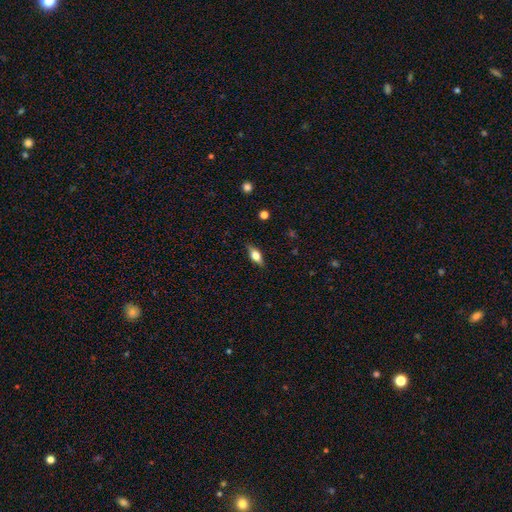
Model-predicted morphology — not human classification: type=smooth (59%); roundness=in between (76%); merging=none (85%).